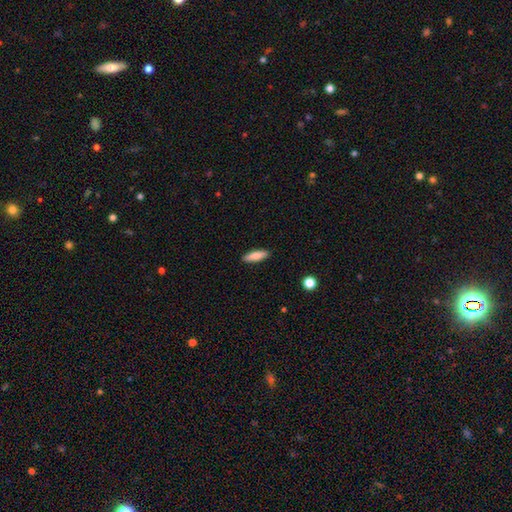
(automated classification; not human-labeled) smooth_or_featured: smooth (p=0.82) [alt: featured or disk p=0.12]
how_rounded: cigar-shaped (p=0.56) [alt: in between p=0.42]
merging: none (p=0.89) [alt: minor disturbance p=0.08]